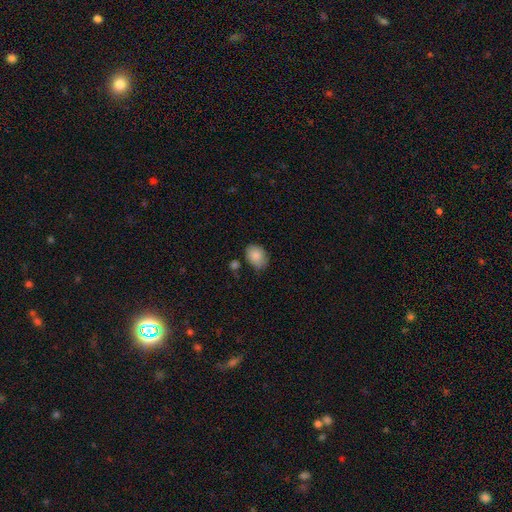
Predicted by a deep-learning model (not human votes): A smooth galaxy with no disk features (86%) that is in between round and cigar-shaped (67%). Merging: none (63%).